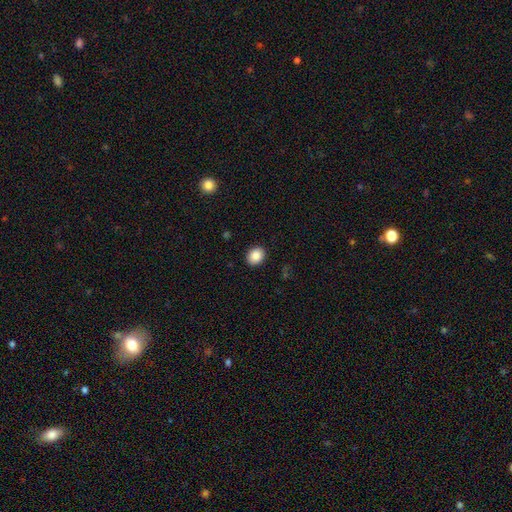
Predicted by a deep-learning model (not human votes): Smooth or featured: smooth — 87% (star or artifact — 8%)
How rounded: round — 53% (in between — 46%)
Merging: none — 90% (minor disturbance — 7%)